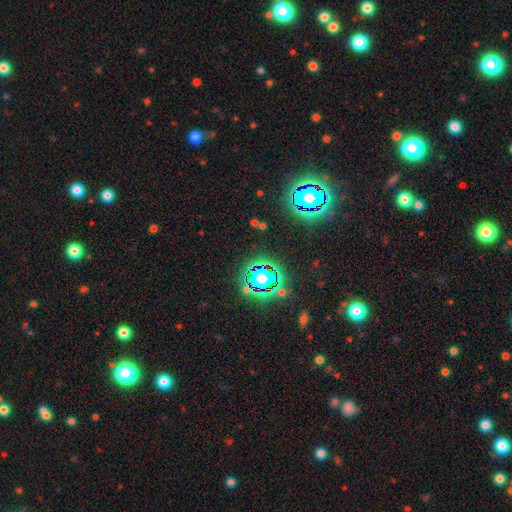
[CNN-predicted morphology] The model was most divided on "smooth or featured": star or artifact: 81%, smooth: 12%, featured or disk: 7%.